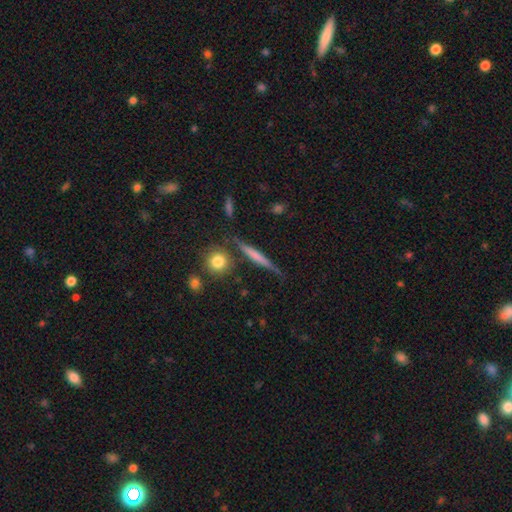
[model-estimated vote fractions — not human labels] Smooth or featured? smooth (48%)
Merging? none (80%)